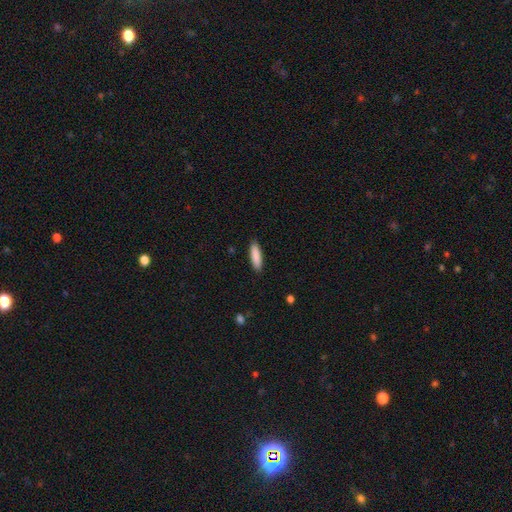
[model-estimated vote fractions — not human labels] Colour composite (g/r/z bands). It shows a smooth galaxy with no disk features (88%) that is cigar-shaped (70%). Merging: none (90%).